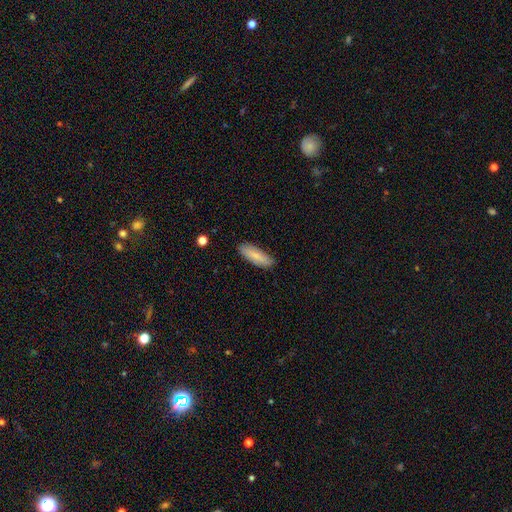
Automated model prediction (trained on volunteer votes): Q: Smooth or featured?
A: smooth (80%); runner-up: featured or disk (14%)
Q: How rounded?
A: in between (51%); runner-up: cigar-shaped (47%)
Q: Merging?
A: none (87%); runner-up: minor disturbance (10%)